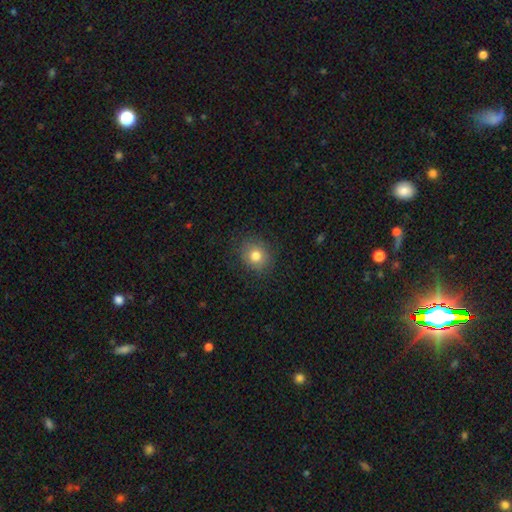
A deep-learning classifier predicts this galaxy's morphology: This is likely a smooth galaxy (80%). How rounded: likely round (75%). Merging: clearly none (86%).